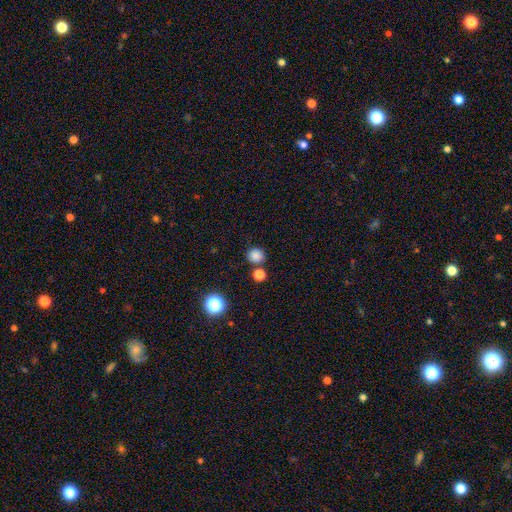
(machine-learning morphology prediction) This appears to be a smooth galaxy with no disk features (81%) that is round (92%). Merging: none (77%).